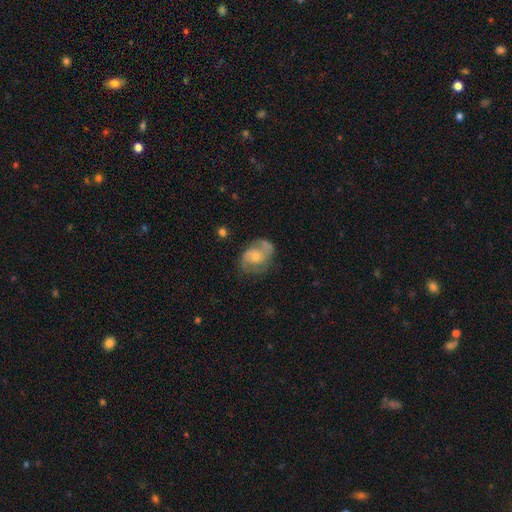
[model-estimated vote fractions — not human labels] A featured or disk galaxy (69%) with no bar (63%), 2 (83%) medium (51%) spiral arms (90%) and a moderate central bulge (41%, tied with small).

Vote fractions:
- Smooth or featured? featured or disk: 69% / smooth: 24% / star or artifact: 7%
- Edge-on disk? no: 97% / yes: 3%
- Bar? no: 63% / weak: 31% / strong: 5%
- Spiral arms? yes: 90% / no: 10%
- Spiral winding? medium: 51% / loose: 26% / tight: 23%
- Spiral arm count? 2: 83% / can't tell: 8% / 1: 4% / 3: 2% / 4: 1% / more than 4: 1%
- Bulge size? moderate: 41% (tied) / small: 41% (tied) / none: 9% / large: 7% / dominant: 1%
- Merging? none: 59% / minor disturbance: 23% / major disturbance: 13% / merger: 6%